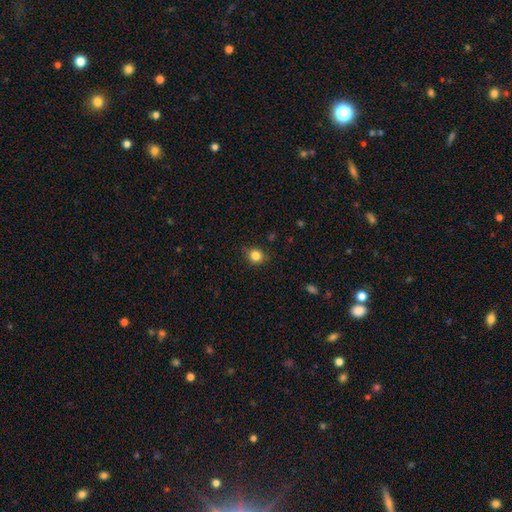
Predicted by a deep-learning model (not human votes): This is clearly a smooth galaxy (83%). How rounded: likely round (79%). Merging: likely none (79%).